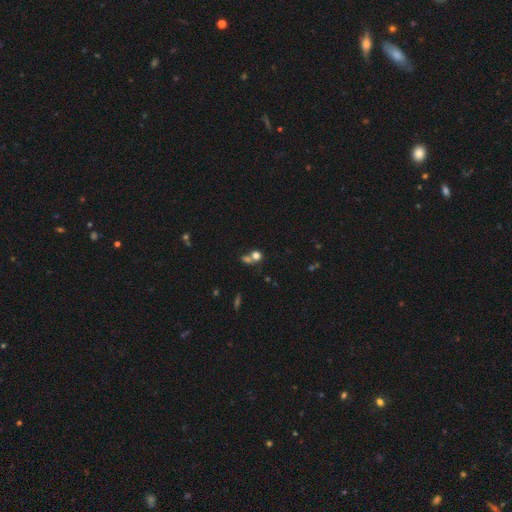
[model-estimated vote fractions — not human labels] Morphology: type=smooth (69%); roundness=round (81%); merging=merger (44%, tied with none).